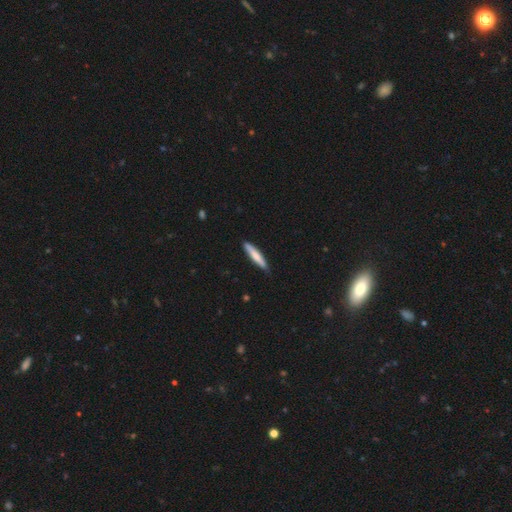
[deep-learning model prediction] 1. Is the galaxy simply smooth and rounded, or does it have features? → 71% smooth, 23% featured or disk, 5% star or artifact.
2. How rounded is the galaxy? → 91% cigar-shaped, 8% in between, 1% round.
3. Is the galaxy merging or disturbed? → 85% none, 12% minor disturbance, 2% major disturbance, 1% merger.